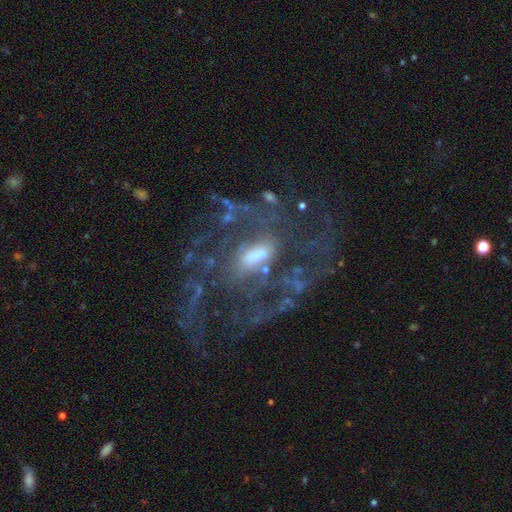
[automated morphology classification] This appears to be a featured or disk galaxy (78%) with a weak bar (41%), medium (40%) spiral arms (83%) and a moderate central bulge (44%). Merging: none (50%).